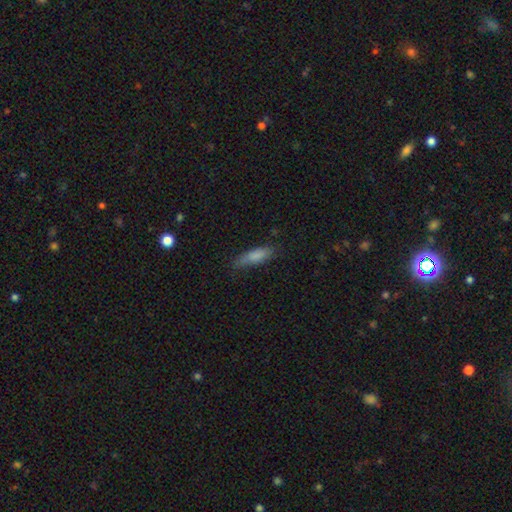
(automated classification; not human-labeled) Q: Smooth or featured?
A: smooth (82%); runner-up: featured or disk (12%)
Q: How rounded?
A: cigar-shaped (51%); runner-up: in between (47%)
Q: Merging?
A: none (68%); runner-up: minor disturbance (25%)